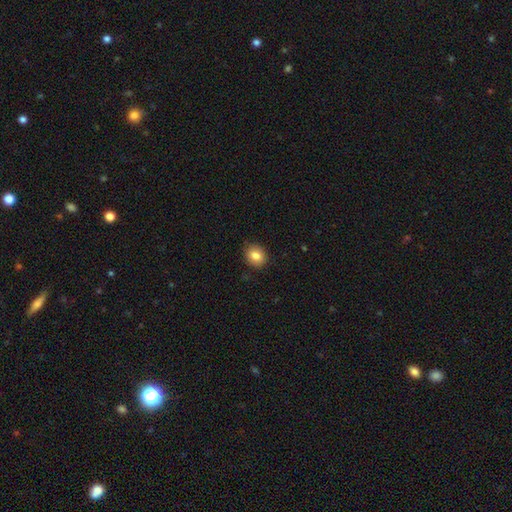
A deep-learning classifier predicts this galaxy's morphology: Smooth or featured: smooth — 84% (star or artifact — 9%)
How rounded: round — 68% (in between — 31%)
Merging: none — 89% (minor disturbance — 8%)